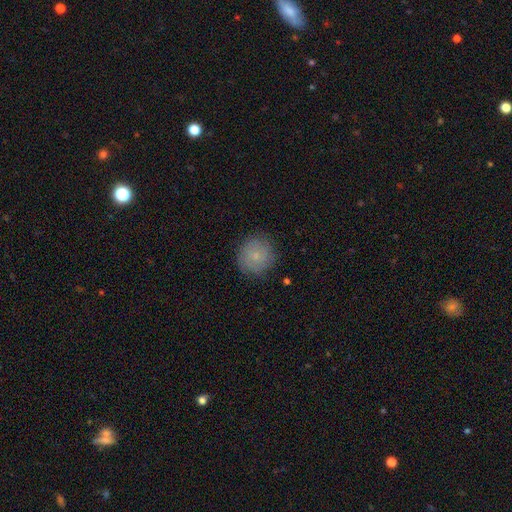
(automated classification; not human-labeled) This appears to be a smooth galaxy with no disk features (74%) that is round (92%). Merging: none (83%).